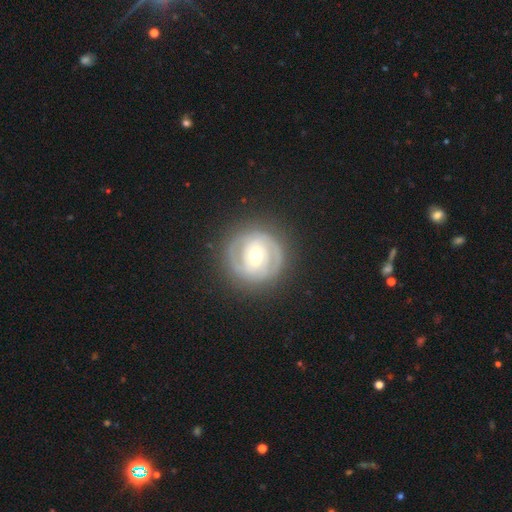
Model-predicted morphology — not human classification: featured or disk 71%, smooth 22%, star or artifact 7%. Down the decision tree: edge-on disk — no (96%); bar — no (48%); spiral arms — yes (70%); bulge size — moderate (62%); merging — none (85%).